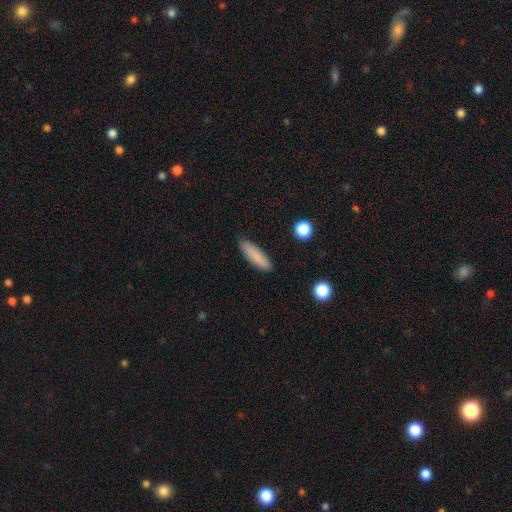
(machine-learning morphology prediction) This appears to be a smooth galaxy with no disk features (84%) that is cigar-shaped (68%). Merging: none (87%).